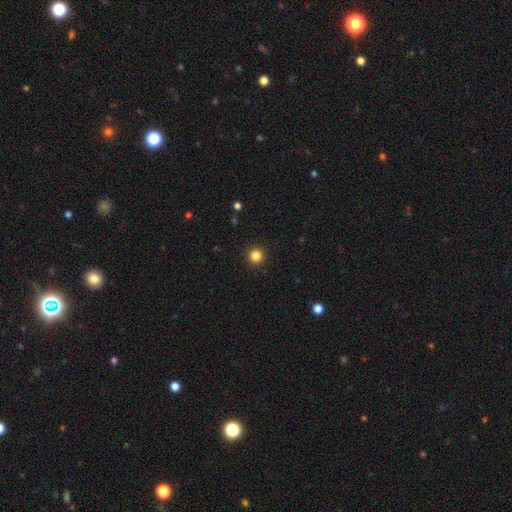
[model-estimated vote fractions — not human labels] smooth-or-featured: smooth: 84% | star or artifact: 12% | featured or disk: 4%
  how-rounded: round: 96% | in between: 3% | cigar-shaped: 1%
  merging: none: 93% | minor disturbance: 4% | major disturbance: 2% | merger: 1%